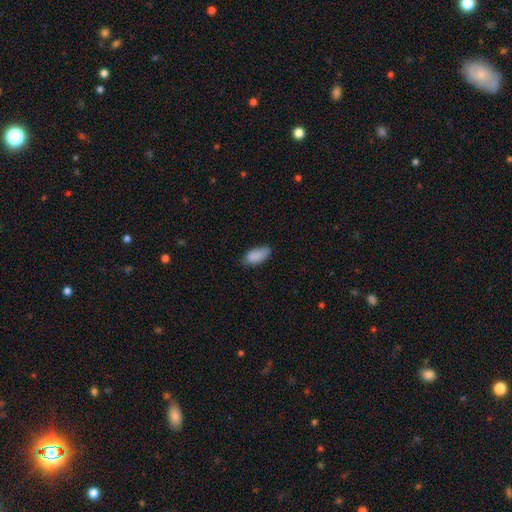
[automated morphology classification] A smooth galaxy with no disk features (88%) that is in between round and cigar-shaped (91%). Merging: none (70%).